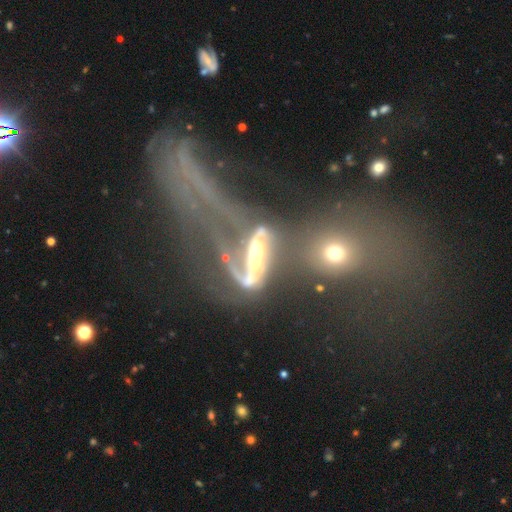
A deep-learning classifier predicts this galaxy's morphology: type=featured or disk (73%); edge-on=no (75%); bar=strong (41%); spiral arms=yes (72%); bulge=moderate (50%); merging=merger (42%).